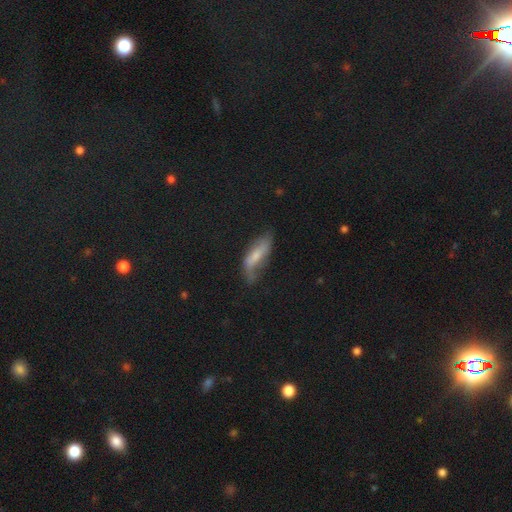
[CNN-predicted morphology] Smooth or featured? Predicted: smooth (p=0.49). Merging? Predicted: none (p=0.44).